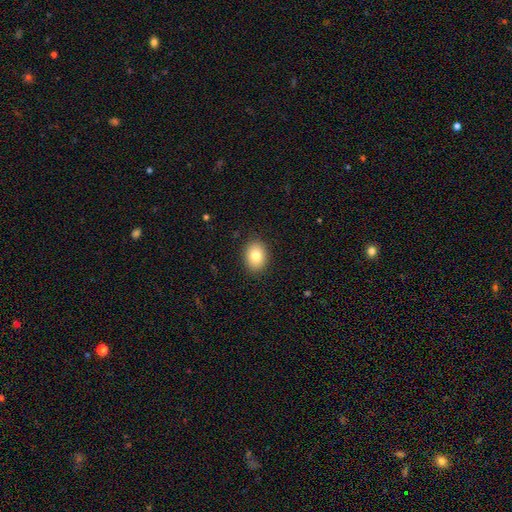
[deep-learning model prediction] Smooth or featured? smooth (80%)
How rounded? in between (64%)
Merging? none (89%)